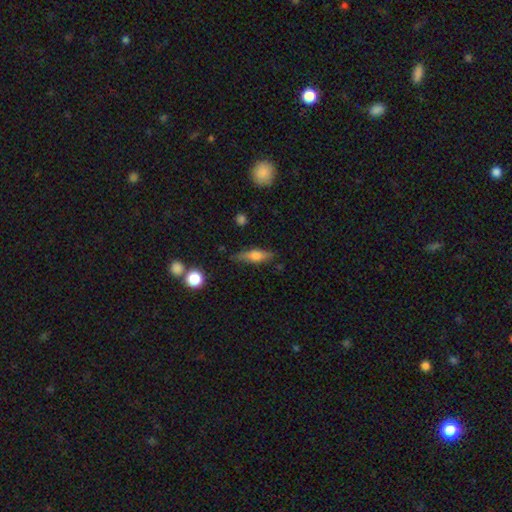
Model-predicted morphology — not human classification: type=smooth (53%); roundness=cigar-shaped (55%); merging=none (78%).